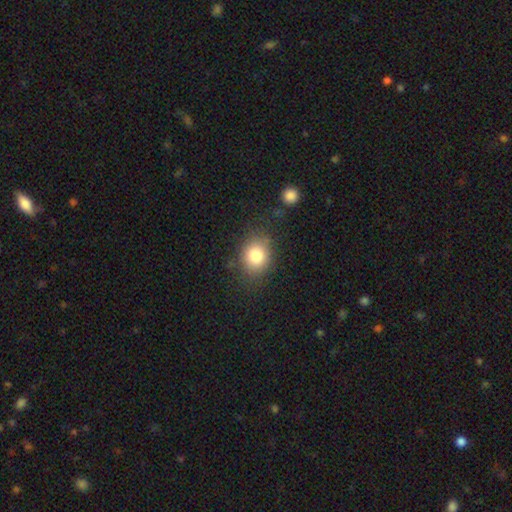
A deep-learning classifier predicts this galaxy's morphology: smooth_or_featured: smooth (p=0.80) [alt: star or artifact p=0.11]
how_rounded: round (p=0.58) [alt: in between p=0.41]
merging: none (p=0.78) [alt: minor disturbance p=0.14]